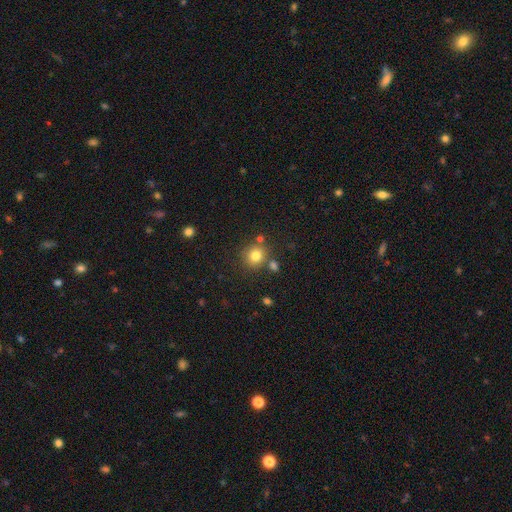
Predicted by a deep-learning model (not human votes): A smooth galaxy with no disk features (78%) that is round (87%). Merging: none (75%).